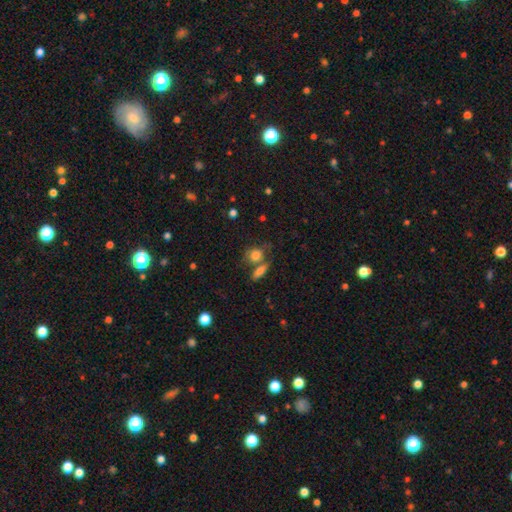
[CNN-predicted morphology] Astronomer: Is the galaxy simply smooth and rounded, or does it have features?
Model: smooth — 79%.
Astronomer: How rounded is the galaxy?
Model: round — 49% (runner-up: in between, 47%).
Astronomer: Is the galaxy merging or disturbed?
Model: none — 44% (runner-up: merger, 34%).